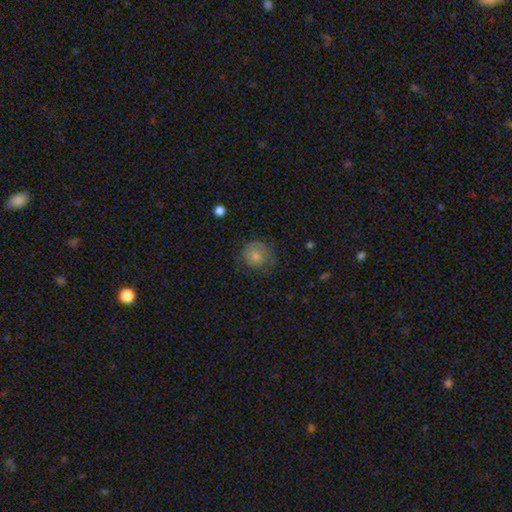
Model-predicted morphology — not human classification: A smooth galaxy with no disk features (77%) that is round (83%). Merging: none (65%).